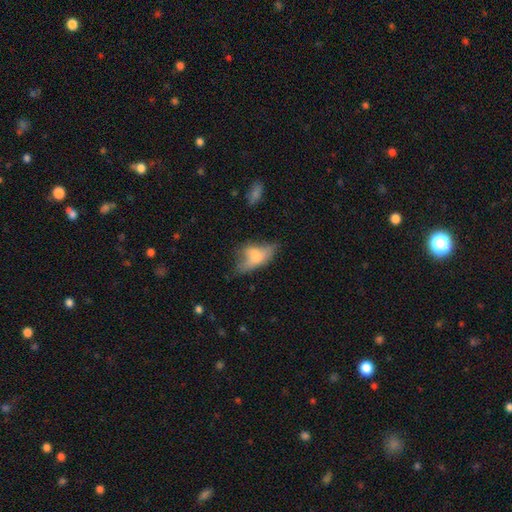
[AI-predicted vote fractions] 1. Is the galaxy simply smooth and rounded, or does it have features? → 54% smooth, 36% featured or disk, 9% star or artifact.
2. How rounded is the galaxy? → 81% in between, 14% cigar-shaped, 5% round.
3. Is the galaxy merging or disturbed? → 34% none, 28% minor disturbance, 25% major disturbance, 13% merger.